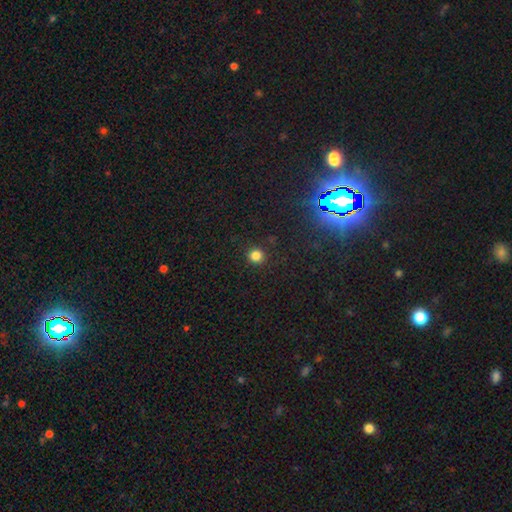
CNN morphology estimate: The model was most divided on "smooth or featured": smooth: 82%, star or artifact: 14%, featured or disk: 4%. More confident: how rounded — round (93%); merging — none (90%).